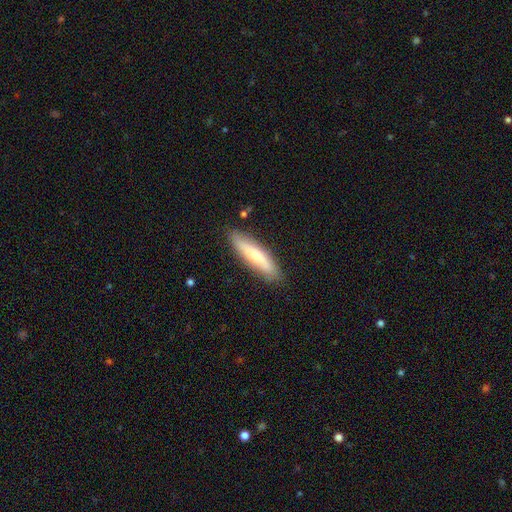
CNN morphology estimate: smooth_or_featured: smooth (p=0.66) [alt: featured or disk p=0.28]
how_rounded: cigar-shaped (p=0.78) [alt: in between p=0.21]
merging: none (p=0.84) [alt: minor disturbance p=0.12]